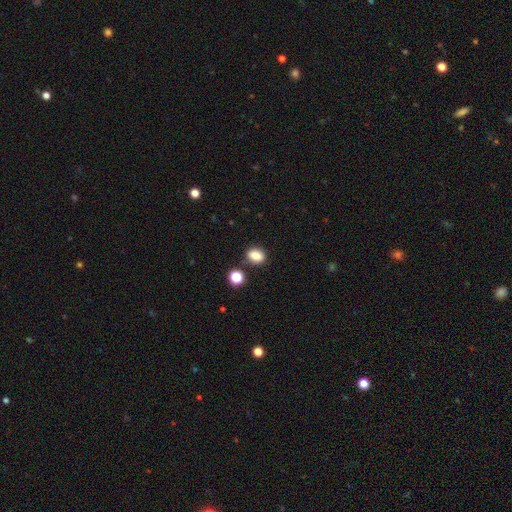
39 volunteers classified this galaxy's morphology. Smooth or featured? 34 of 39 (87%) said smooth. How rounded? 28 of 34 (82%) said in between. Merging? 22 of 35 (63%) said none.